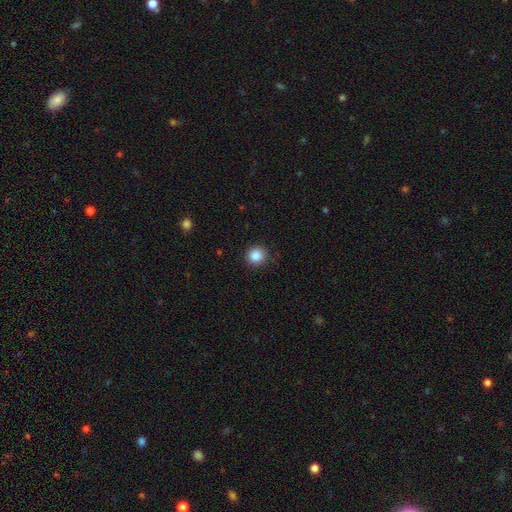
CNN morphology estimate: This is clearly a smooth galaxy (88%). How rounded: clearly round (91%). Merging: clearly none (89%).